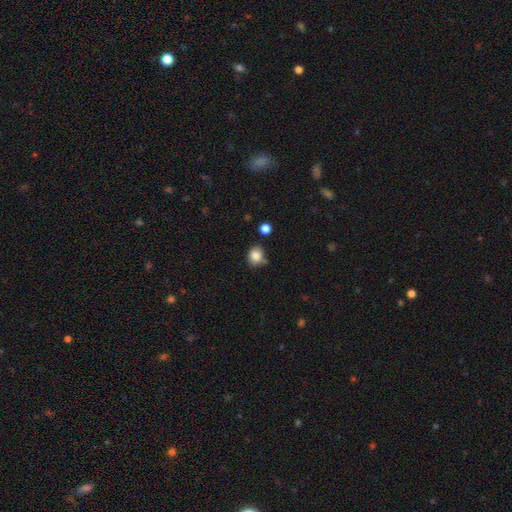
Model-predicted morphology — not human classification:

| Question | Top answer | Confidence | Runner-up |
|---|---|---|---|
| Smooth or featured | smooth | 84% | star or artifact (10%) |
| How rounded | round | 69% | in between (30%) |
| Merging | none | 71% | minor disturbance (18%) |